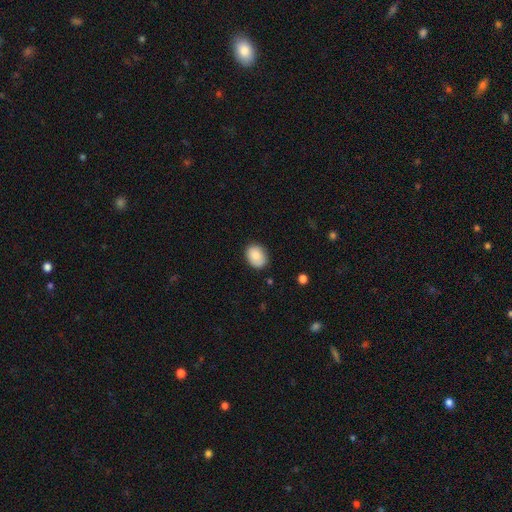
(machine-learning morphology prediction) The model was most divided on "how rounded": in between: 64%, round: 35%, cigar-shaped: 1%. More confident: smooth or featured — smooth (85%); merging — none (80%).